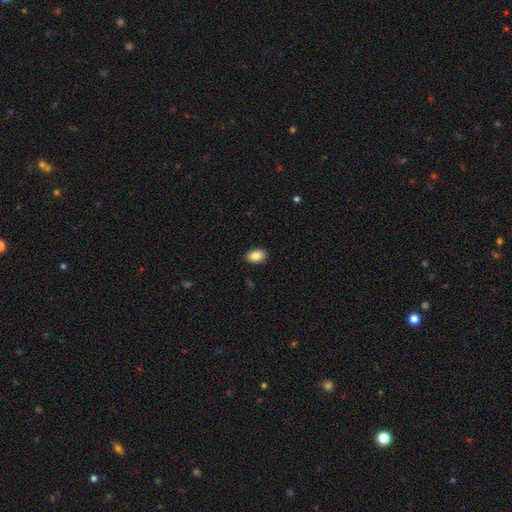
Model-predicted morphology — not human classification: This appears to be a smooth galaxy with no disk features (87%) that is in between round and cigar-shaped (87%). Merging: none (89%).